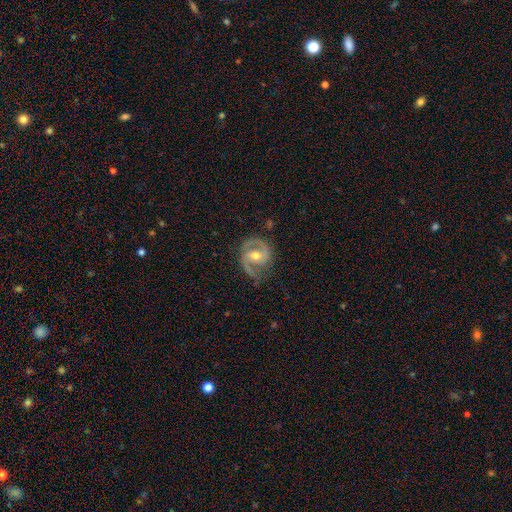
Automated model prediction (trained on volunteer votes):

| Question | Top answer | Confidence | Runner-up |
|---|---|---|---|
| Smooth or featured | featured or disk | 88% | smooth (8%) |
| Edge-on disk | no | 98% | yes (2%) |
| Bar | weak | 41% | no (40%) |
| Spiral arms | yes | 96% | no (4%) |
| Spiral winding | medium | 54% | tight (29%) |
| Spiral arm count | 2 | 89% | 1 (4%) |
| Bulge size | moderate | 71% | small (24%) |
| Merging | none | 71% | minor disturbance (20%) |